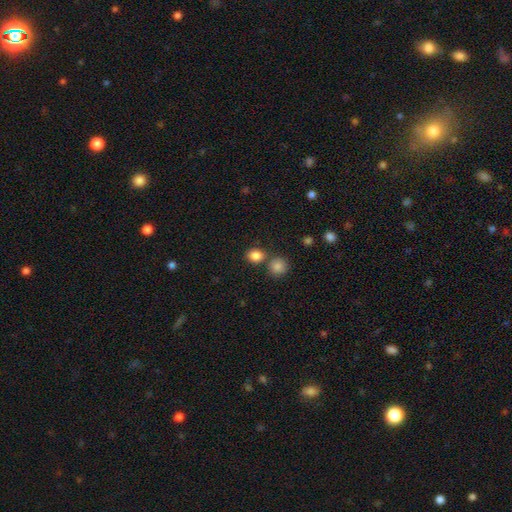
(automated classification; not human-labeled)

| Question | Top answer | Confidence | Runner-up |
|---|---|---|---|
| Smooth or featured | smooth | 85% | star or artifact (11%) |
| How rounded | round | 65% | in between (33%) |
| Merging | none | 66% | merger (21%) |